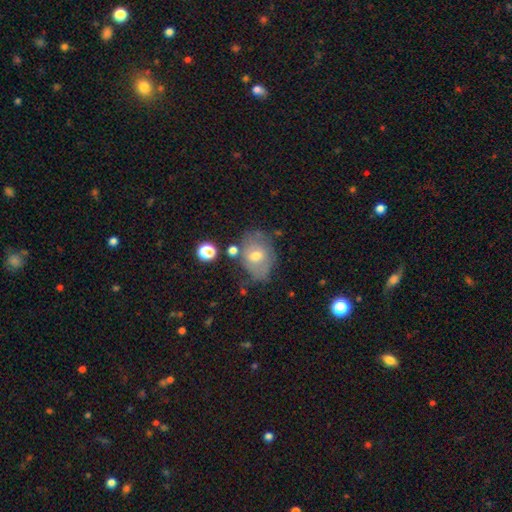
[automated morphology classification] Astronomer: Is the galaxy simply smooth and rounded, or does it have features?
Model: smooth — 51% (runner-up: featured or disk, 38%).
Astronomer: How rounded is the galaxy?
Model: in between — 65%.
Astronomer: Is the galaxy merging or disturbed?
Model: none — 59%.